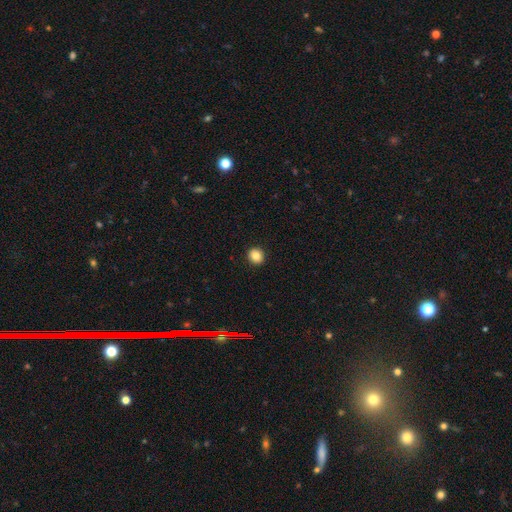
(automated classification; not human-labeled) Morphology: type=smooth (83%); roundness=round (87%); merging=none (93%).